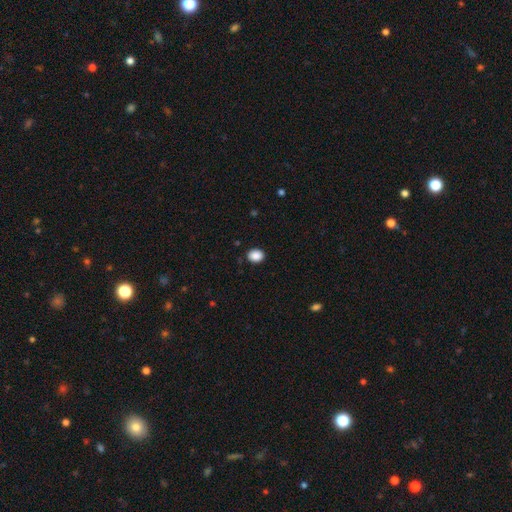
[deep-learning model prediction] A smooth galaxy with no disk features (89%) that is round (50%).

Vote fractions:
- Smooth or featured? smooth: 89% / star or artifact: 8% / featured or disk: 3%
- How rounded? round: 50% / in between: 49% / cigar-shaped: 1%
- Merging? none: 89% / minor disturbance: 8% / major disturbance: 2% / merger: 1%